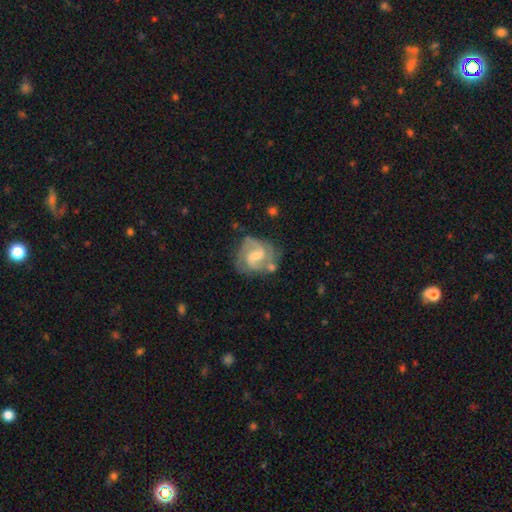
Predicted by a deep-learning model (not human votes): featured or disk 84%, smooth 11%, star or artifact 5%. Down the decision tree: edge-on disk — no (98%); bar — weak (60%); spiral arms — yes (95%); spiral arm count — 2 (78%); spiral winding — medium (55%); bulge size — moderate (43%); merging — none (61%).